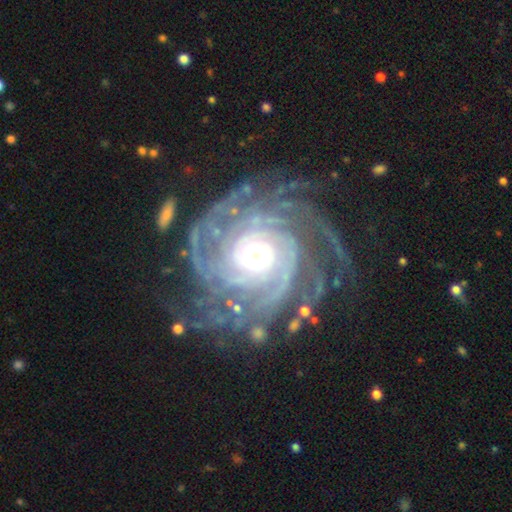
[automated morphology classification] A featured or disk galaxy (92%) with no bar (74%), more than 4 (31%) tight (73%) spiral arms (98%) and a moderate central bulge (63%). Merging: none (70%).